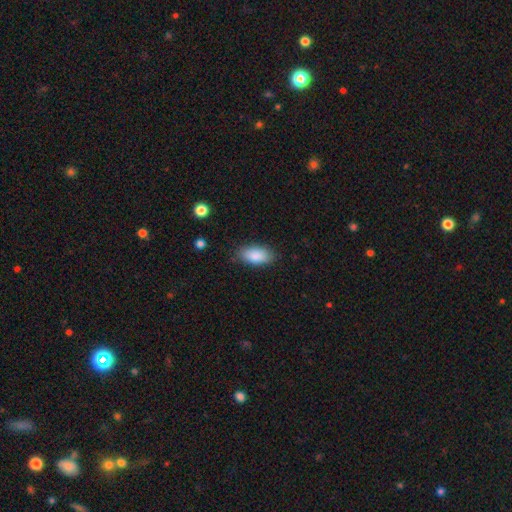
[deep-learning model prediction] smooth-or-featured: smooth: 87% | star or artifact: 7% | featured or disk: 6%
  how-rounded: in between: 91% | cigar-shaped: 6% | round: 3%
  merging: none: 82% | minor disturbance: 14% | major disturbance: 3% | merger: 1%